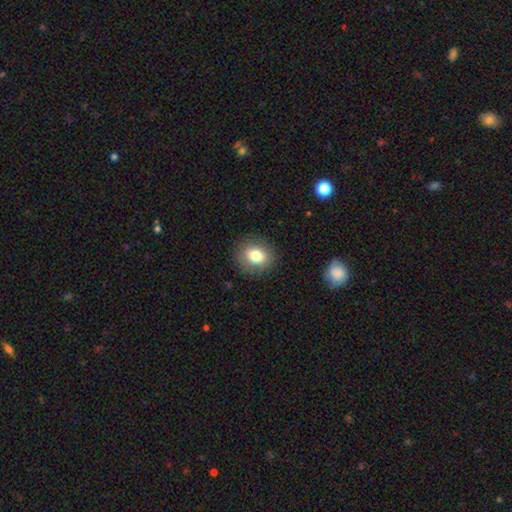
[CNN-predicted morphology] Smooth or featured?
  - smooth: 79% *
  - featured or disk: 11%
  - star or artifact: 10%
How rounded?
  - round: 61% *
  - in between: 38%
  - cigar-shaped: 1%
Merging?
  - none: 88% *
  - minor disturbance: 8%
  - major disturbance: 3%
  - merger: 1%